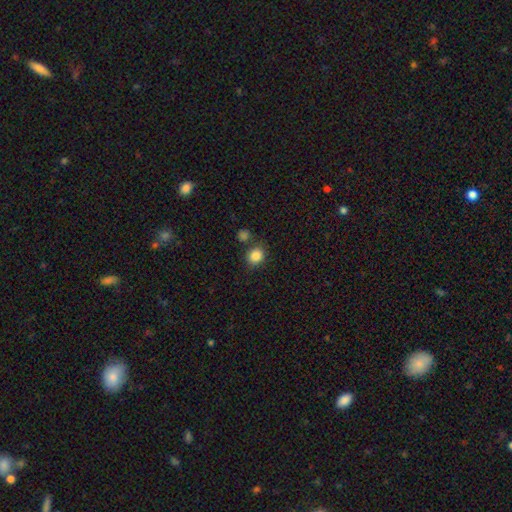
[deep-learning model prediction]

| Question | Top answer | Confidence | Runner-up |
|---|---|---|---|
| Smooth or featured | smooth | 85% | star or artifact (10%) |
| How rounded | round | 77% | in between (22%) |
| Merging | none | 74% | minor disturbance (11%) |